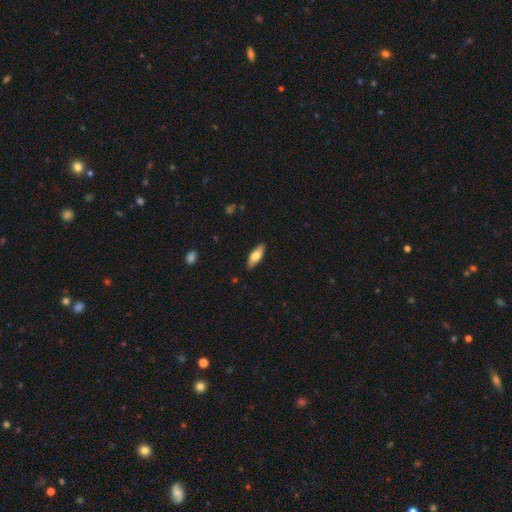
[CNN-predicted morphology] Smooth or featured? Predicted: smooth (p=0.67). How rounded? Predicted: in between (p=0.68). Merging? Predicted: none (p=0.87).